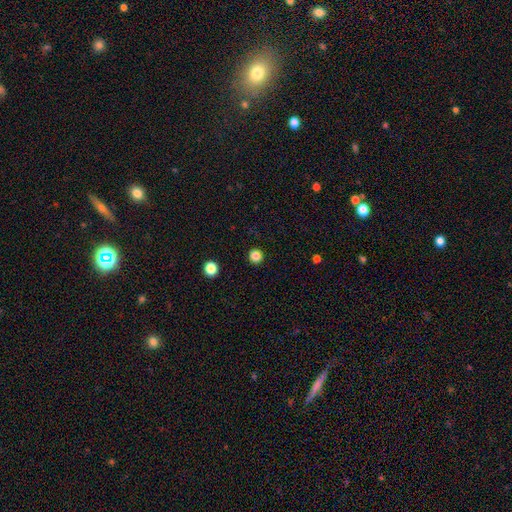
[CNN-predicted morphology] A smooth galaxy with no disk features (84%) that is round (95%).

Vote fractions:
- Smooth or featured? smooth: 84% / star or artifact: 12% / featured or disk: 3%
- How rounded? round: 95% / in between: 4% / cigar-shaped: 1%
- Merging? none: 93% / minor disturbance: 4% / major disturbance: 2% / merger: 1%